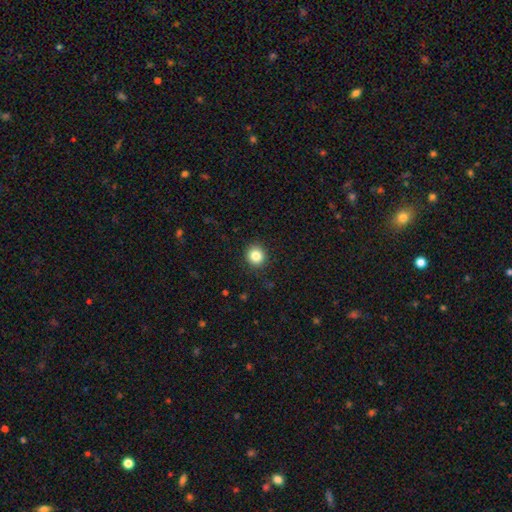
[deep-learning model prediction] Smooth or featured?
  - smooth: 84% *
  - star or artifact: 11%
  - featured or disk: 5%
How rounded?
  - round: 89% *
  - in between: 10%
  - cigar-shaped: 1%
Merging?
  - none: 90% *
  - minor disturbance: 7%
  - major disturbance: 2%
  - merger: 1%